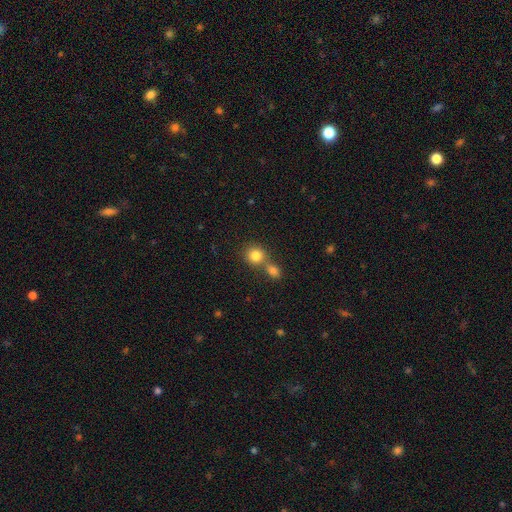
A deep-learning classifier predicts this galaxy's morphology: smooth_or_featured: smooth (p=0.81) [alt: star or artifact p=0.11]
how_rounded: round (p=0.86) [alt: in between p=0.13]
merging: none (p=0.49) [alt: merger p=0.42]